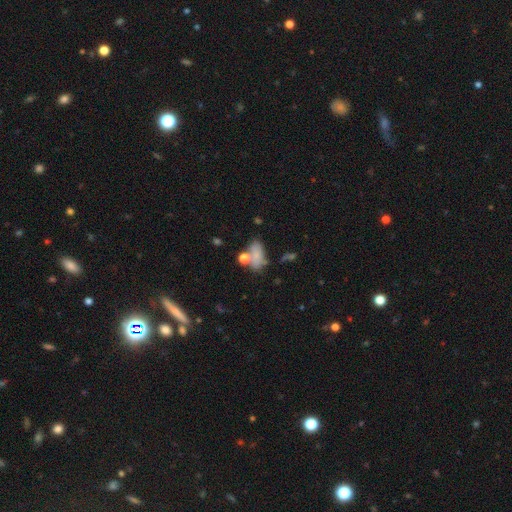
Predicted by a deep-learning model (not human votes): smooth 71%, featured or disk 17%, star or artifact 12%. Down the decision tree: how rounded — in between (81%); merging — none (41%).